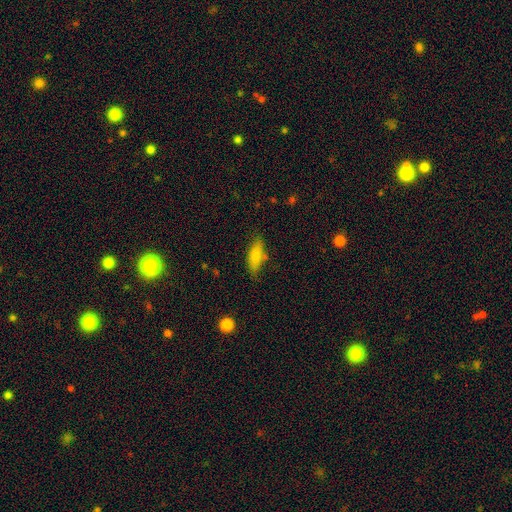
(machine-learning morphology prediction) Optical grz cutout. It shows a smooth galaxy with no disk features (76%) that is in between round and cigar-shaped (66%). Merging: none (70%).